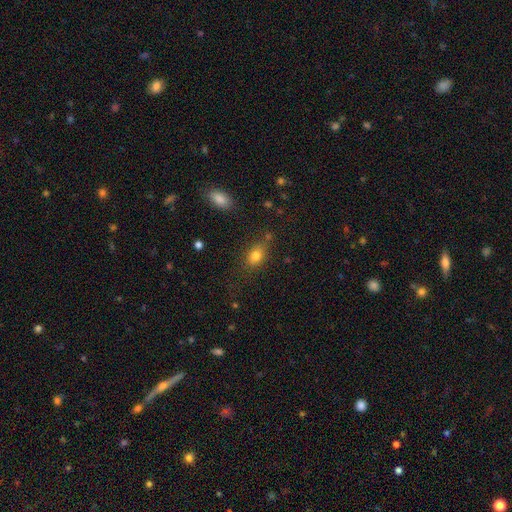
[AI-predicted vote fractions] Smooth or featured: smooth — 80% (star or artifact — 11%)
How rounded: in between — 74% (round — 23%)
Merging: none — 67% (minor disturbance — 20%)